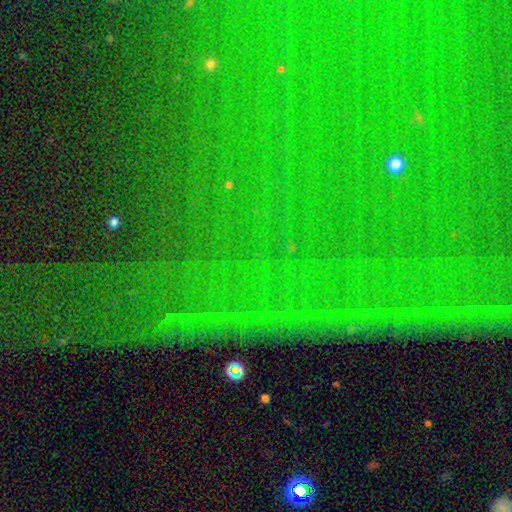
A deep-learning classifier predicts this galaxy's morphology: The model was most divided on "smooth or featured": star or artifact: 85%, featured or disk: 8%, smooth: 7%.